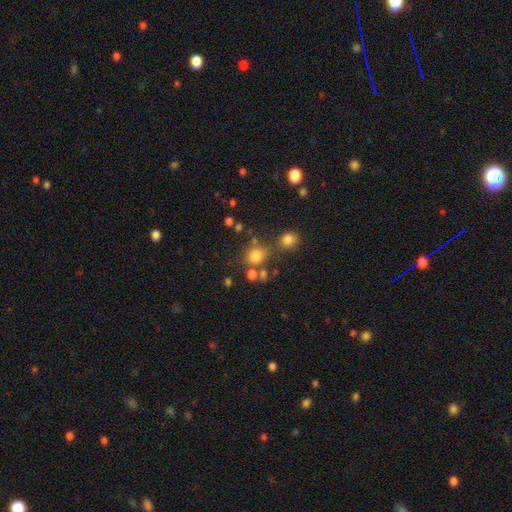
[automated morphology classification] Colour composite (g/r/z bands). It shows a smooth galaxy with no disk features (76%) that is round (76%). Merging: none (61%).